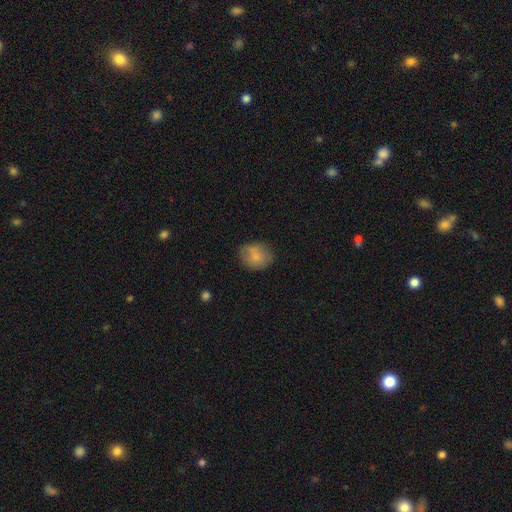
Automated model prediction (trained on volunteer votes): This is likely a smooth galaxy (73%). How rounded: likely round (60%). Merging: likely none (62%).